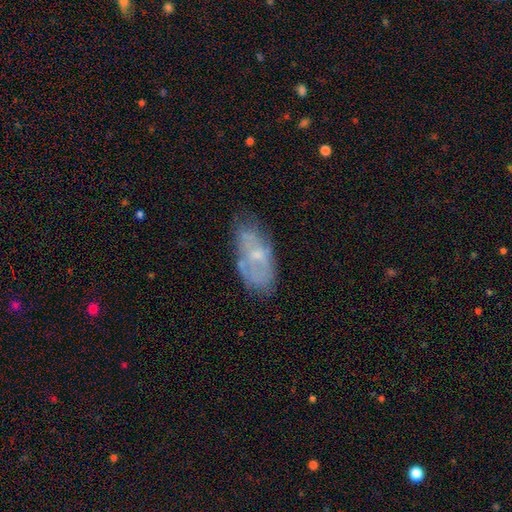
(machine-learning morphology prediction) The model was most divided on "smooth or featured": featured or disk: 49%, smooth: 41%, star or artifact: 10%. More confident: merging — none (57%).